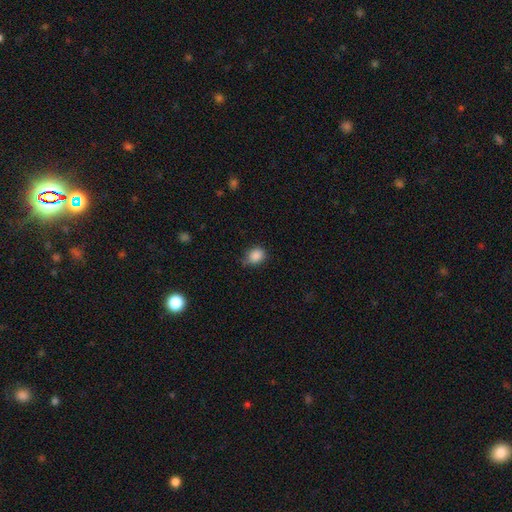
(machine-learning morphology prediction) Smooth or featured: smooth — 87% (star or artifact — 10%)
How rounded: round — 56% (in between — 43%)
Merging: none — 69% (minor disturbance — 25%)